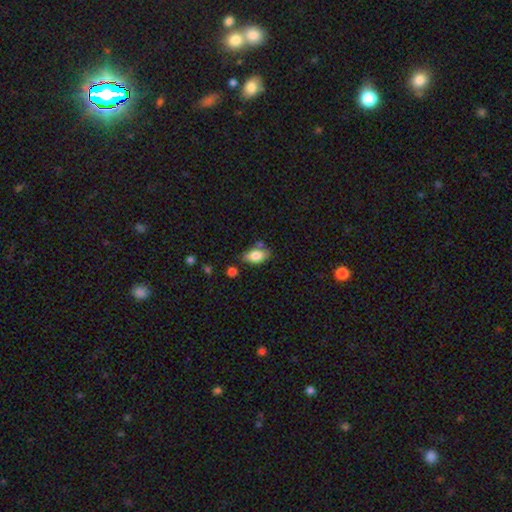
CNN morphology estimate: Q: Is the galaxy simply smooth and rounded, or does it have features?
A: smooth — 80%.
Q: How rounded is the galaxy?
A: in between — 90%.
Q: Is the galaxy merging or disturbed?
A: none — 66%.